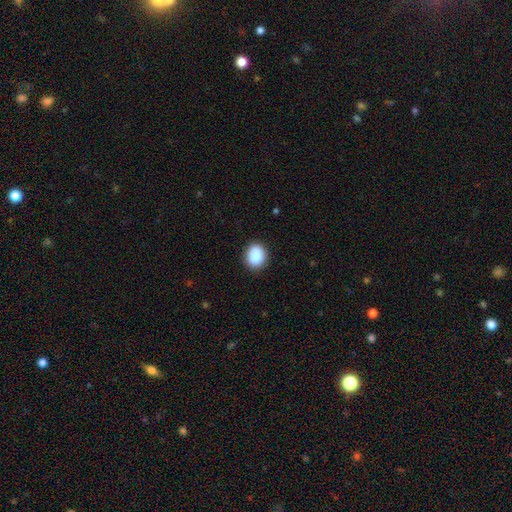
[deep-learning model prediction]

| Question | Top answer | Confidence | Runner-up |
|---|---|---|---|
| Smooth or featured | smooth | 89% | star or artifact (8%) |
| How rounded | round | 56% | in between (43%) |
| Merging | none | 88% | minor disturbance (9%) |